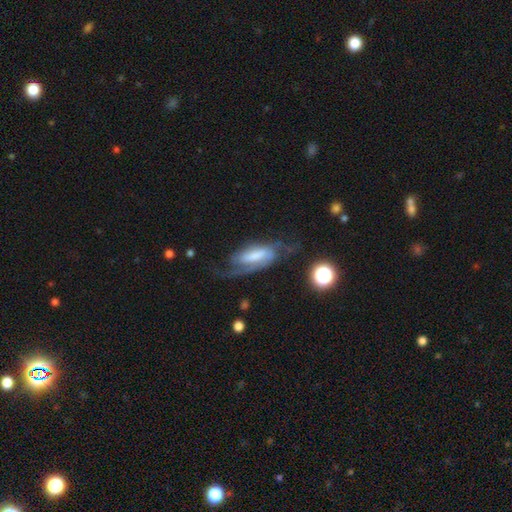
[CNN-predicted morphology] This appears to be a featured or disk galaxy (71%) with a weak bar (40%), 2 (68%) medium (45%) spiral arms (92%) and a moderate central bulge (26%). Merging: none (48%).